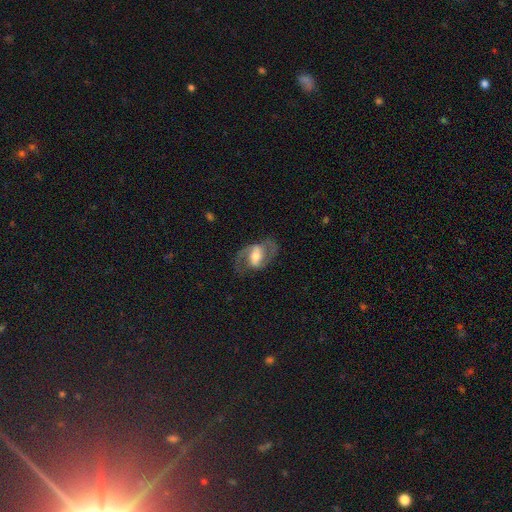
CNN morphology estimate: Smooth or featured? Predicted: featured or disk (p=0.79). Edge-on disk? Predicted: no (p=0.96). Bar? Predicted: weak (p=0.41, tied with strong). Spiral arms? Predicted: yes (p=0.88). Spiral winding? Predicted: medium (p=0.56). Spiral arm count? Predicted: 2 (p=0.89). Bulge size? Predicted: moderate (p=0.58). Merging? Predicted: none (p=0.74).